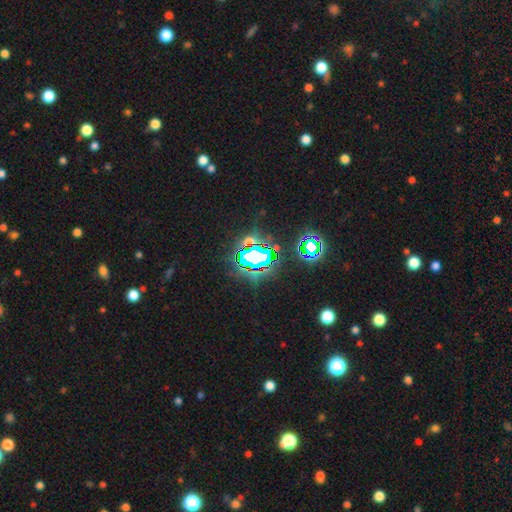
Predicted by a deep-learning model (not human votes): Smooth or featured?
  - star or artifact: 72% *
  - smooth: 16%
  - featured or disk: 13%